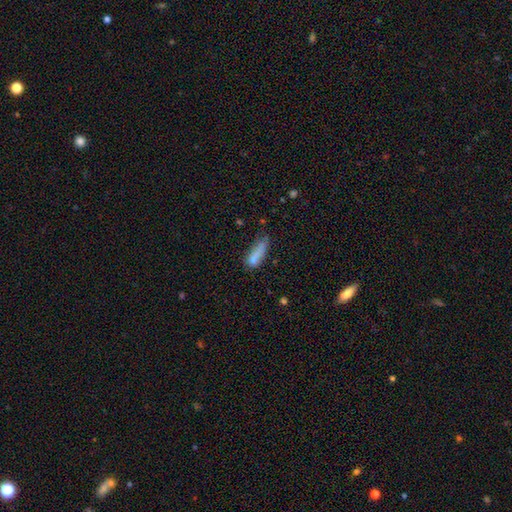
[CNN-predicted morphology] A smooth galaxy with no disk features (75%) that is in between round and cigar-shaped (52%).

Vote fractions:
- Smooth or featured? smooth: 75% / featured or disk: 14% / star or artifact: 10%
- How rounded? in between: 52% / cigar-shaped: 45% / round: 3%
- Merging? none: 39% / minor disturbance: 27% / major disturbance: 18% / merger: 15%